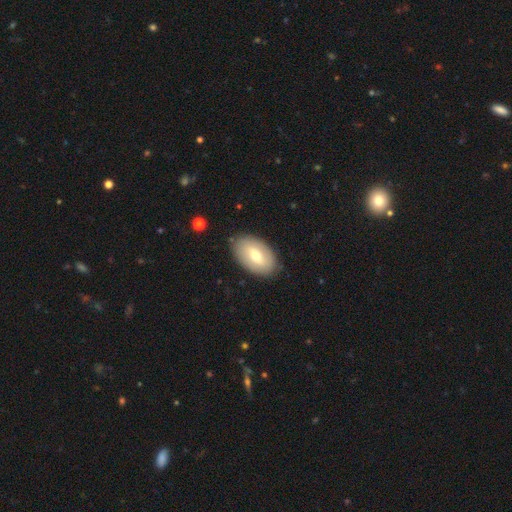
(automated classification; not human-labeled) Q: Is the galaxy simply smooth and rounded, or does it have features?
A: smooth — 56%.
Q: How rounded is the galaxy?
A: in between — 93%.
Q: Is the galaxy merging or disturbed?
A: none — 85%.